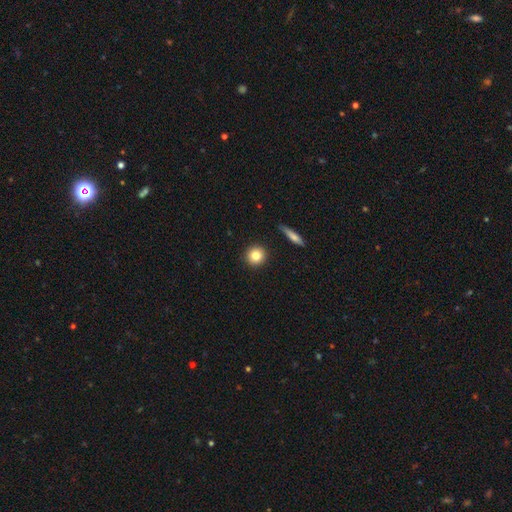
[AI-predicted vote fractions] Q: Smooth or featured?
A: smooth (82%); runner-up: star or artifact (9%)
Q: How rounded?
A: round (91%); runner-up: in between (7%)
Q: Merging?
A: none (91%); runner-up: minor disturbance (6%)